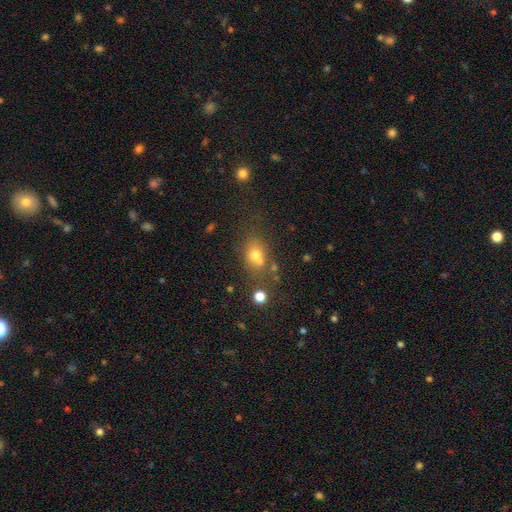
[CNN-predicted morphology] A smooth galaxy with no disk features (66%) that is in between round and cigar-shaped (52%).

Vote fractions:
- Smooth or featured? smooth: 66% / star or artifact: 17% / featured or disk: 17%
- How rounded? in between: 52% / round: 46% / cigar-shaped: 2%
- Merging? none: 50% / merger: 28% / minor disturbance: 15% / major disturbance: 8%